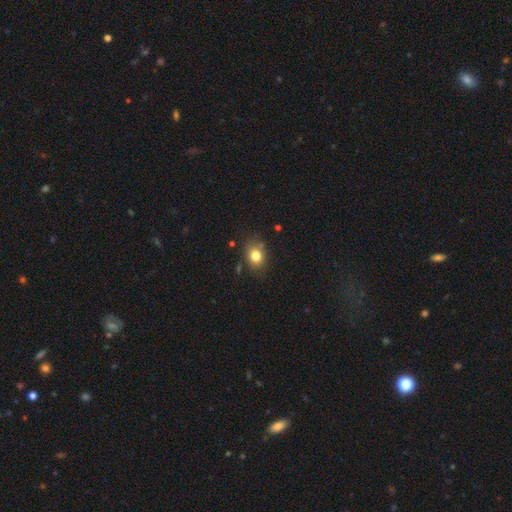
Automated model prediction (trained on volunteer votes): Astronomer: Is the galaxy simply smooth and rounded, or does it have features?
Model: smooth — 81%.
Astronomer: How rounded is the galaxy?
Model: in between — 53% (runner-up: round, 46%).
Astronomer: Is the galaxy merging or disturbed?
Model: none — 77%.